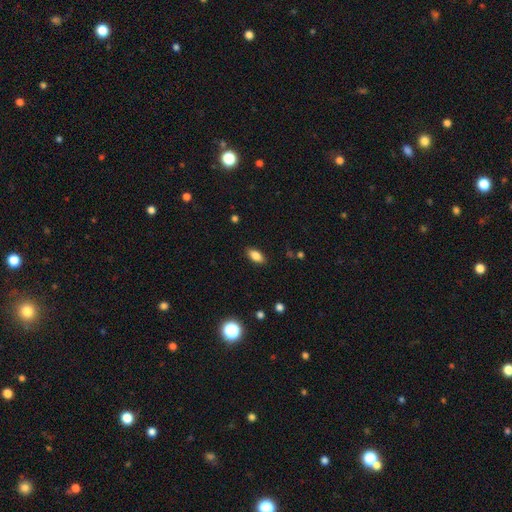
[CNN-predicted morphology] A smooth galaxy with no disk features (84%) that is in between round and cigar-shaped (88%). Merging: none (87%).